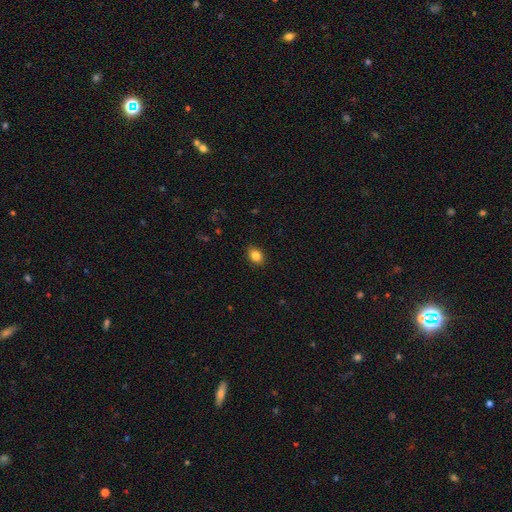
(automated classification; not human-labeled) A smooth galaxy with no disk features (85%) that is in between round and cigar-shaped (67%).

Vote fractions:
- Smooth or featured? smooth: 85% / star or artifact: 10% / featured or disk: 6%
- How rounded? in between: 67% / round: 32% / cigar-shaped: 1%
- Merging? none: 88% / minor disturbance: 9% / major disturbance: 2% / merger: 1%